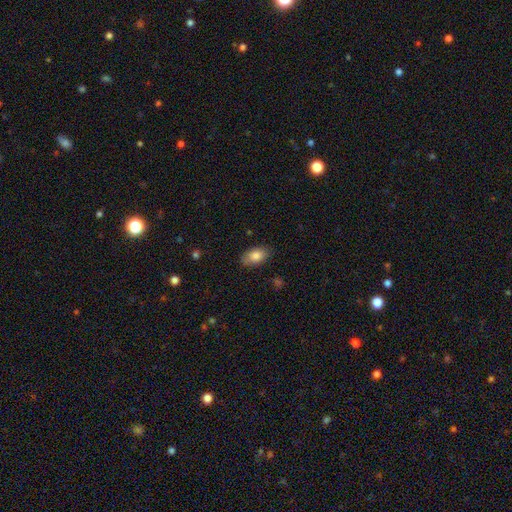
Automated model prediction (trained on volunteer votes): Smooth or featured? Predicted: smooth (p=0.83). How rounded? Predicted: in between (p=0.92). Merging? Predicted: none (p=0.83).